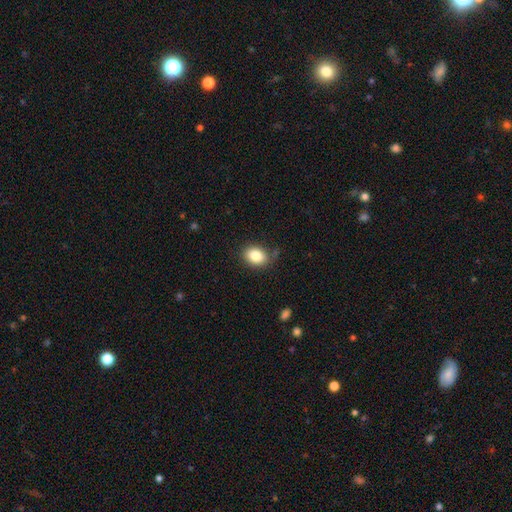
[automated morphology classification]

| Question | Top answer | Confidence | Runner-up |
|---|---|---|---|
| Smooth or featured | smooth | 84% | star or artifact (9%) |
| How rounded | in between | 64% | round (35%) |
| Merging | none | 79% | minor disturbance (15%) |